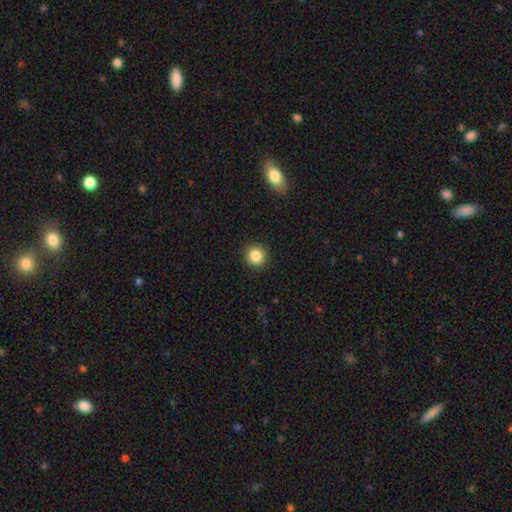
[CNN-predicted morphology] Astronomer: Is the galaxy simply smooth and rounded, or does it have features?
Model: smooth — 85%.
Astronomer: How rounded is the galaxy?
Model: round — 93%.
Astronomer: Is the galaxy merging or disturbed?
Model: none — 92%.